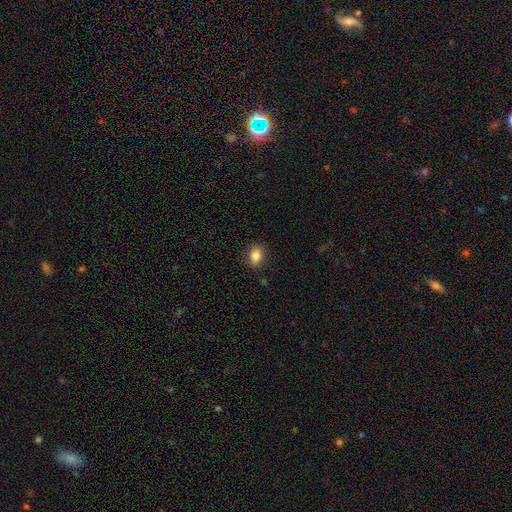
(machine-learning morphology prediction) smooth 85%, star or artifact 9%, featured or disk 5%. Down the decision tree: how rounded — in between (69%); merging — none (87%).